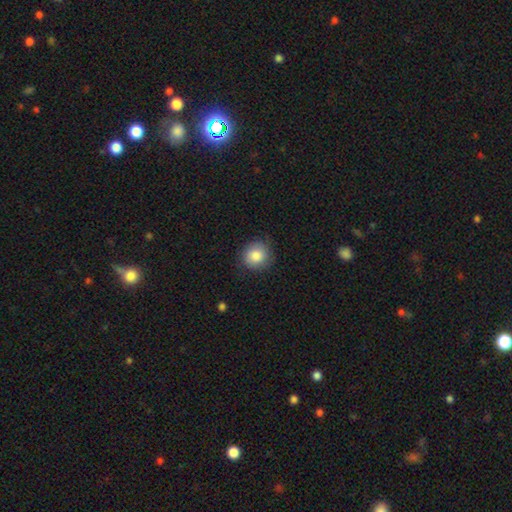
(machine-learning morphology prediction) Smooth or featured?
  - smooth: 83% *
  - featured or disk: 9%
  - star or artifact: 8%
How rounded?
  - round: 87% *
  - in between: 12%
  - cigar-shaped: 1%
Merging?
  - none: 81% *
  - minor disturbance: 14%
  - major disturbance: 4%
  - merger: 1%